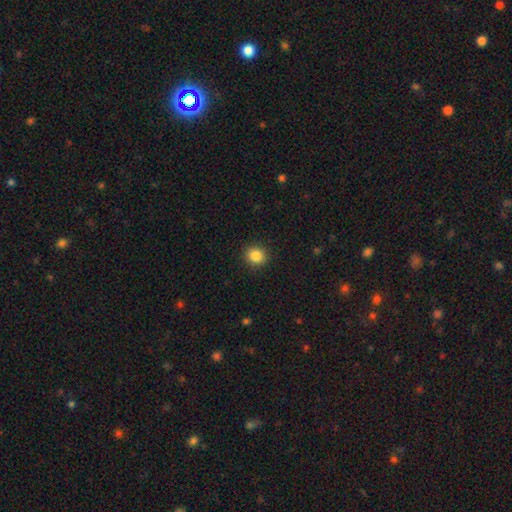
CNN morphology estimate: This is clearly a smooth galaxy (86%). How rounded: clearly round (81%). Merging: clearly none (91%).